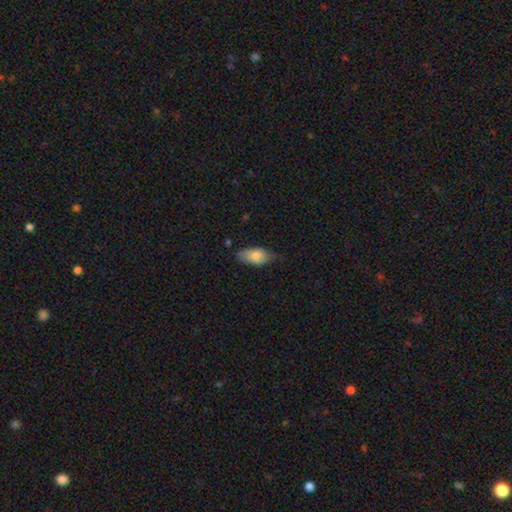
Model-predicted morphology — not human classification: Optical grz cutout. It shows a smooth galaxy with no disk features (76%) that is in between round and cigar-shaped (91%). Merging: none (60%).